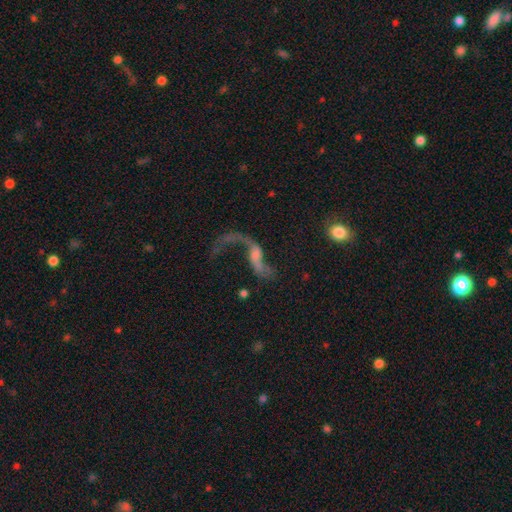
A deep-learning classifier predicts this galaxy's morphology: The model was most divided on "bar": no: 48%, weak: 35%, strong: 17%. Remaining: spiral winding — loose (94%); edge-on disk — no (93%); spiral arms — yes (91%); smooth or featured — featured or disk (83%); spiral arm count — 2 (82%); merging — none (47%); bulge size — small (45%).